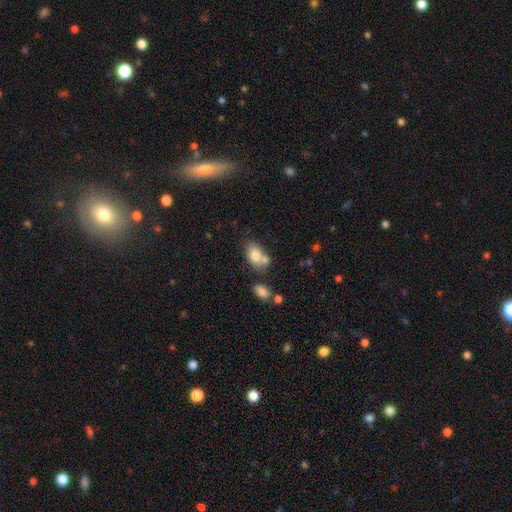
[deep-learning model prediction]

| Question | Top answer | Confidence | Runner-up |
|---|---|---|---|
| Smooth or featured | smooth | 78% | featured or disk (14%) |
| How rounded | in between | 85% | round (14%) |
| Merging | none | 42% | merger (36%) |